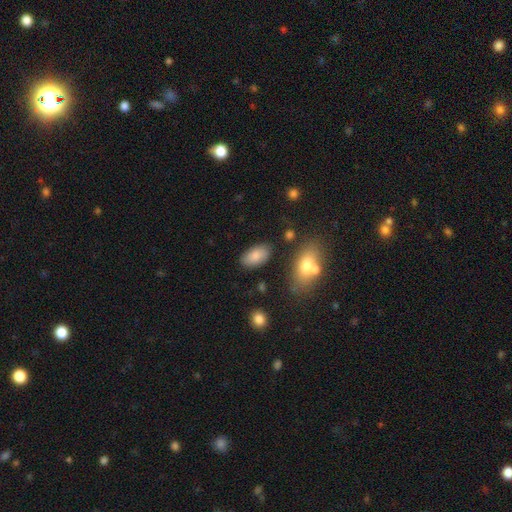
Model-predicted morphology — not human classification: Smooth or featured? Predicted: smooth (p=0.84). How rounded? Predicted: in between (p=0.94). Merging? Predicted: none (p=0.80).